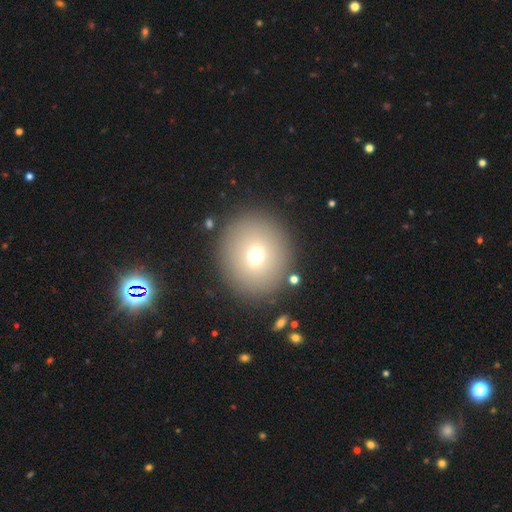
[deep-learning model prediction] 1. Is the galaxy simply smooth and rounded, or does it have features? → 70% smooth, 16% featured or disk, 14% star or artifact.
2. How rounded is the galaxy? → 88% round, 11% in between, 1% cigar-shaped.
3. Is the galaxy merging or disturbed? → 88% none, 6% minor disturbance, 4% major disturbance, 2% merger.